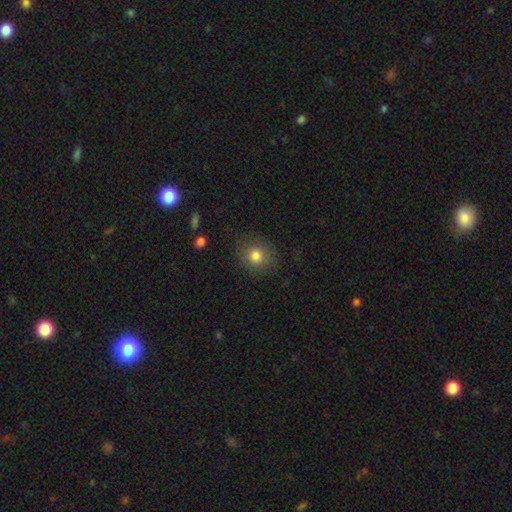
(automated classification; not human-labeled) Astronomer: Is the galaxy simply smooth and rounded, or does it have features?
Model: smooth — 79%.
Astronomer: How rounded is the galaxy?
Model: round — 84%.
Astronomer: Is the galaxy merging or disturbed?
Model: none — 83%.